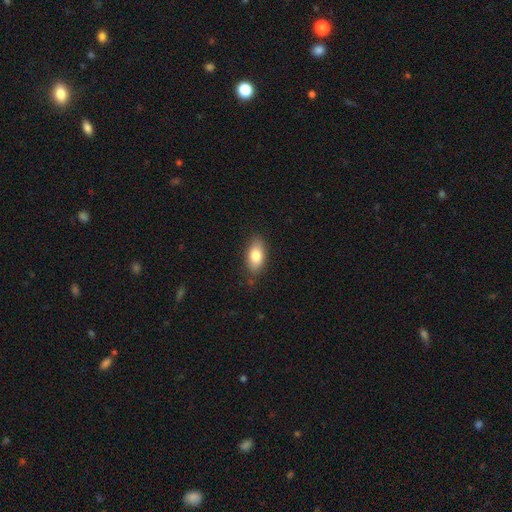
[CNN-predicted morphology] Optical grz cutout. It shows a smooth galaxy with no disk features (82%) that is in between round and cigar-shaped (90%). Merging: none (82%).